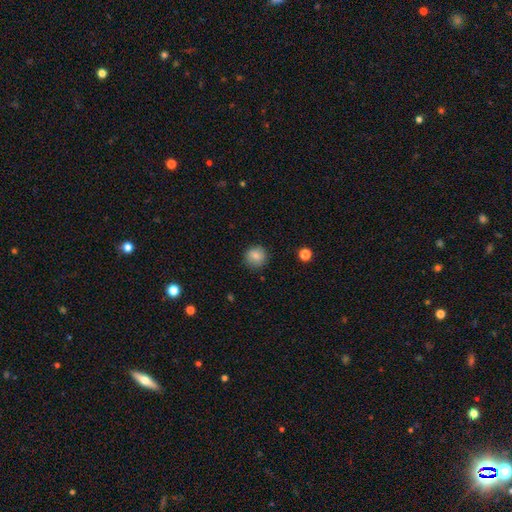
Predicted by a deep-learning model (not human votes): Morphology: type=smooth (82%); roundness=round (91%); merging=none (85%).